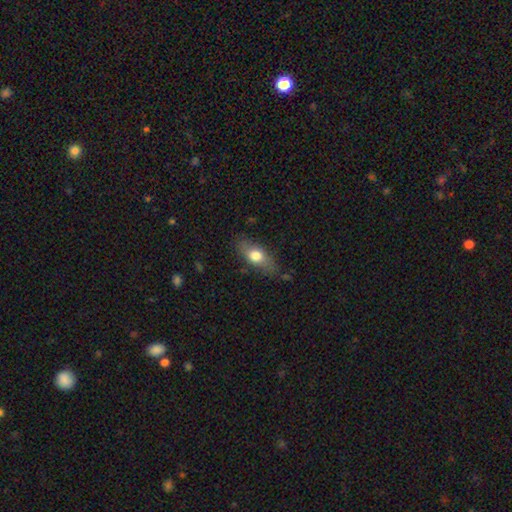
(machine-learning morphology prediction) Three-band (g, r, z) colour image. It shows a smooth galaxy with no disk features (68%) that is in between round and cigar-shaped (74%). Merging: none (74%).